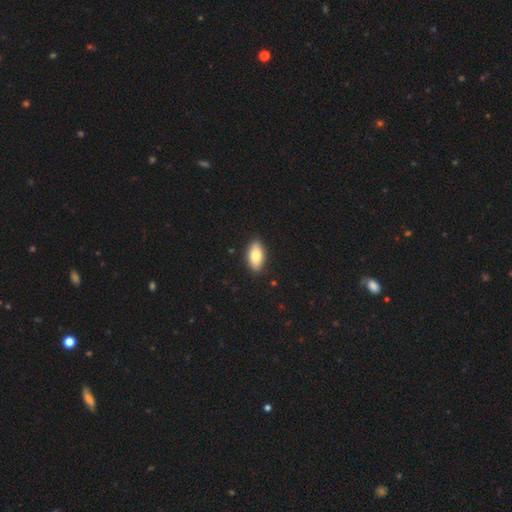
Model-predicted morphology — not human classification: Q: Smooth or featured?
A: smooth (82%); runner-up: featured or disk (12%)
Q: How rounded?
A: in between (90%); runner-up: cigar-shaped (7%)
Q: Merging?
A: none (89%); runner-up: minor disturbance (8%)